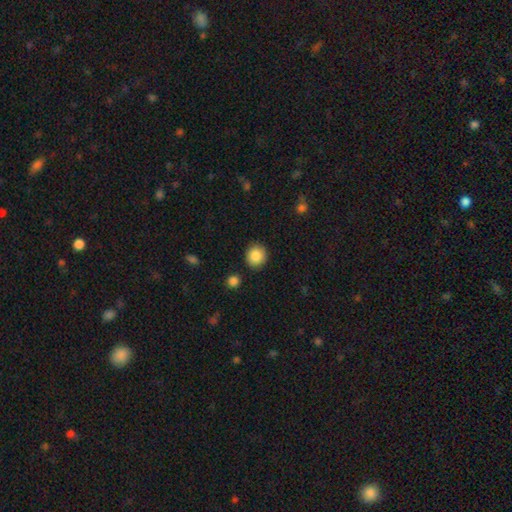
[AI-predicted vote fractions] Overall: smooth (87%). How rounded: round (85%). Merging: none (87%).